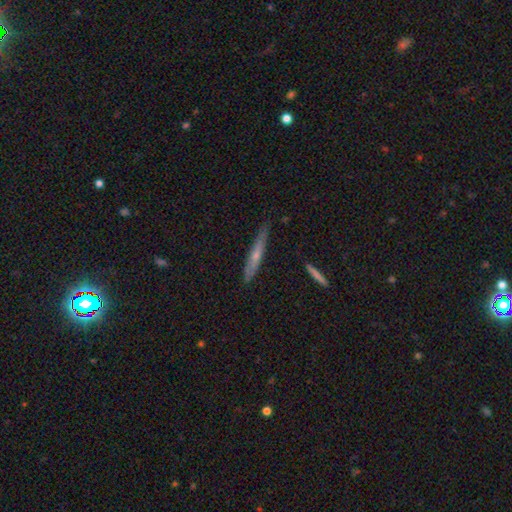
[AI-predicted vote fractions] This is possibly a featured or disk galaxy (49%). Merging: clearly none (81%).